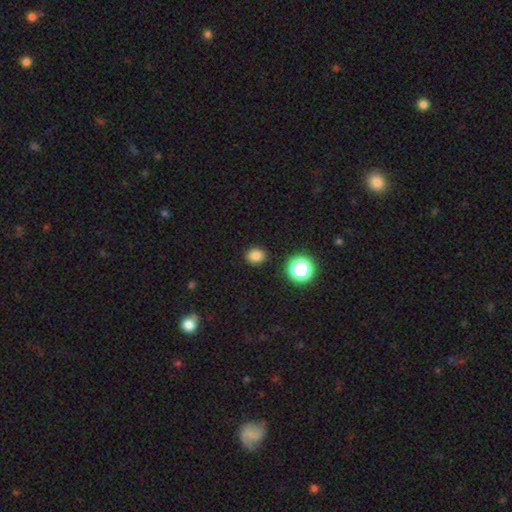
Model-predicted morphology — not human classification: Smooth or featured?
  - smooth: 81% *
  - star or artifact: 15%
  - featured or disk: 4%
How rounded?
  - round: 65% *
  - in between: 34%
  - cigar-shaped: 1%
Merging?
  - none: 89% *
  - minor disturbance: 7%
  - major disturbance: 2%
  - merger: 2%